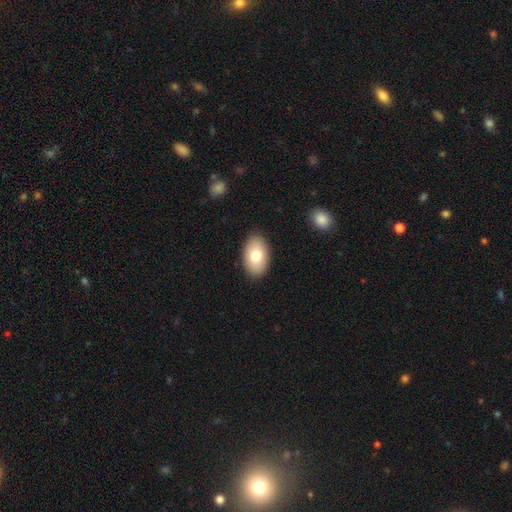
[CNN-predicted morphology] Smooth or featured? smooth (78%)
How rounded? in between (92%)
Merging? none (89%)